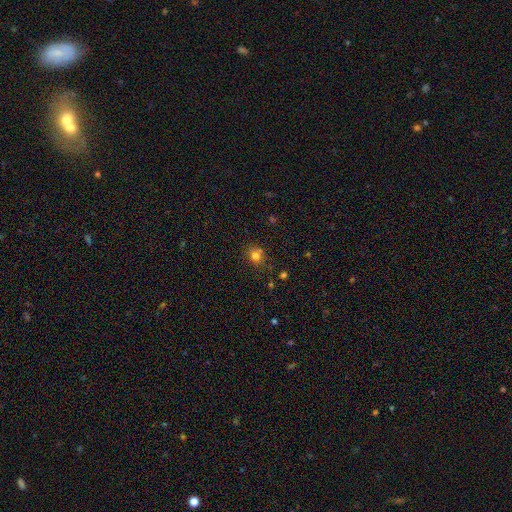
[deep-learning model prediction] smooth-or-featured: smooth: 76% | star or artifact: 16% | featured or disk: 8%
  how-rounded: round: 78% | in between: 21% | cigar-shaped: 1%
  merging: none: 73% | minor disturbance: 15% | merger: 9% | major disturbance: 4%